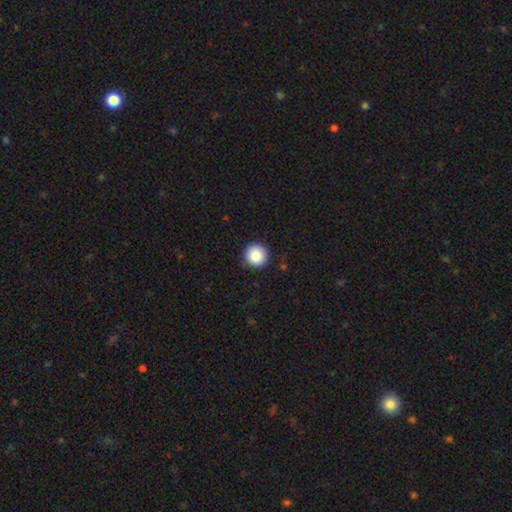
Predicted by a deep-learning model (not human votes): smooth_or_featured: smooth (p=0.88) [alt: star or artifact p=0.08]
how_rounded: round (p=0.96) [alt: in between p=0.03]
merging: none (p=0.91) [alt: minor disturbance p=0.06]